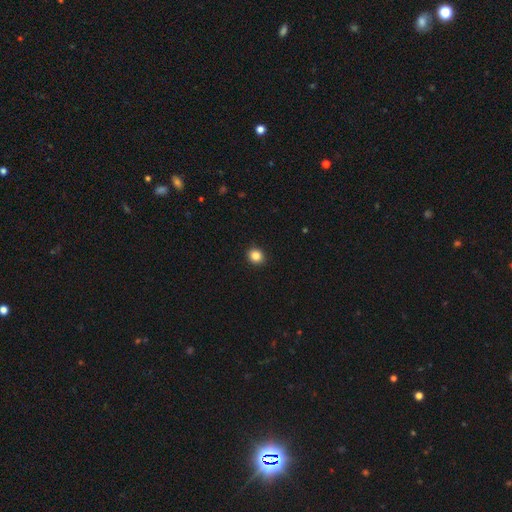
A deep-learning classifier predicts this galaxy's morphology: This appears to be a smooth galaxy with no disk features (85%) that is round (81%). Merging: none (92%).